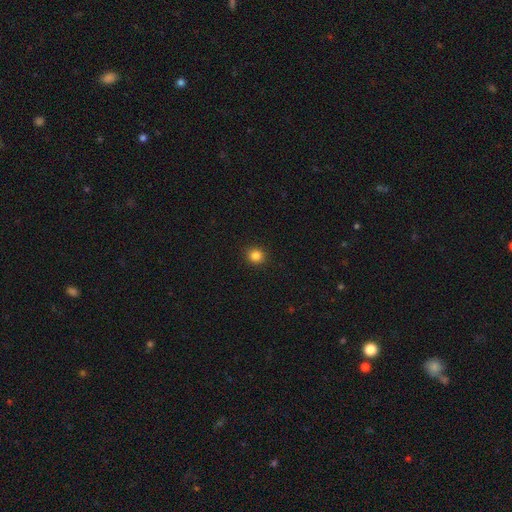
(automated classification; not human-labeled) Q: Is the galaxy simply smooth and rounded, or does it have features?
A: smooth — 84%.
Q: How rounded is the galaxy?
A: round — 89%.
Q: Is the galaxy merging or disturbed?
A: none — 93%.